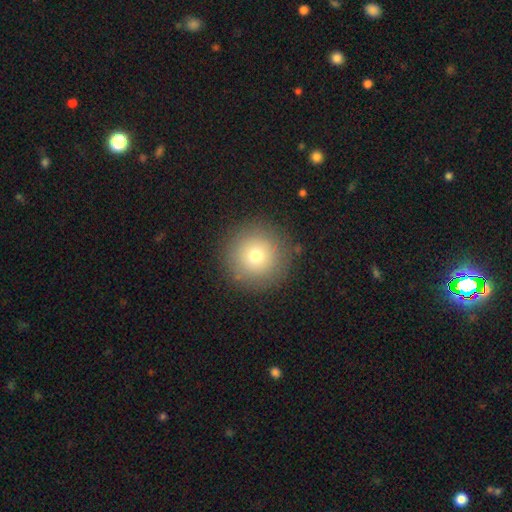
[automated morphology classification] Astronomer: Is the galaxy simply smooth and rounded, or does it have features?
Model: smooth — 72%.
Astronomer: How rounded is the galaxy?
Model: round — 96%.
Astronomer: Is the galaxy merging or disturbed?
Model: none — 88%.